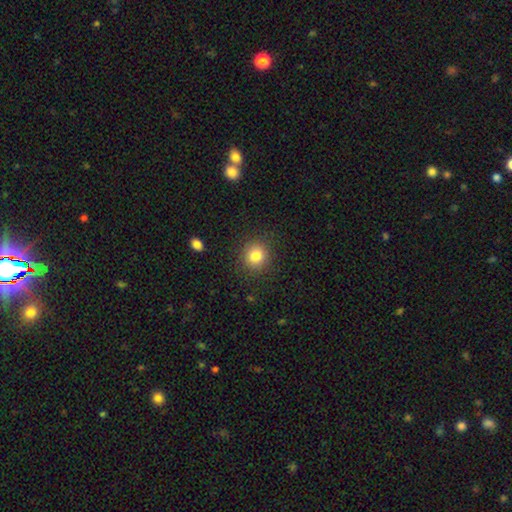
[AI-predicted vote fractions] This is clearly a smooth galaxy (82%). How rounded: clearly round (89%). Merging: clearly none (89%).